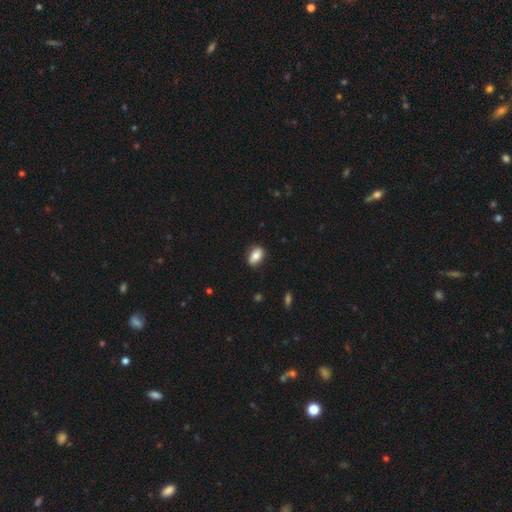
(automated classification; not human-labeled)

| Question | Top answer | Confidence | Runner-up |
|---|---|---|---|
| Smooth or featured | smooth | 82% | featured or disk (11%) |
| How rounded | in between | 88% | round (9%) |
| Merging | none | 83% | minor disturbance (14%) |